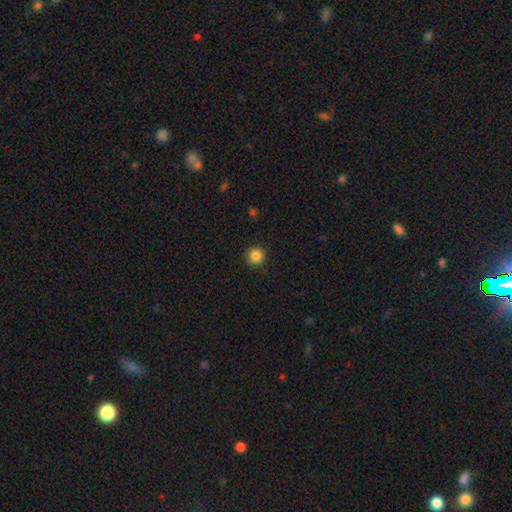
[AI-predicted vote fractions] smooth 86%, star or artifact 11%, featured or disk 3%. Down the decision tree: how rounded — round (95%); merging — none (91%).